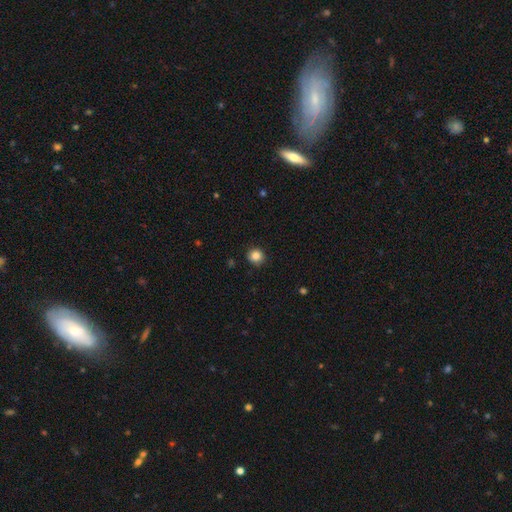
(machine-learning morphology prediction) smooth 86%, star or artifact 10%, featured or disk 4%. Down the decision tree: how rounded — round (90%); merging — none (90%).